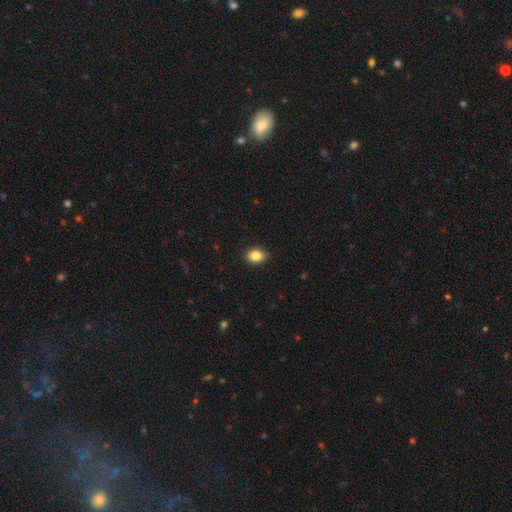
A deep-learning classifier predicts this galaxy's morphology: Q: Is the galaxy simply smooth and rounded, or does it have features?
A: smooth — 86%.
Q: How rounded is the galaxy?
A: in between — 63%.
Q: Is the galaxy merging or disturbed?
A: none — 90%.